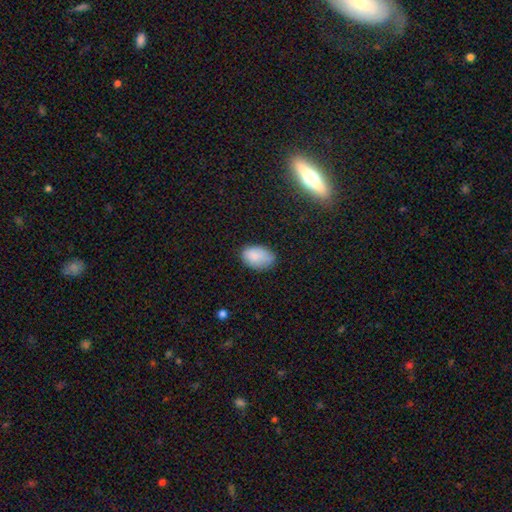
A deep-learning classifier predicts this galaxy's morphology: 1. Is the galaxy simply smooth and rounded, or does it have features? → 86% smooth, 8% star or artifact, 6% featured or disk.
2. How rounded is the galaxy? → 90% in between, 9% round, 1% cigar-shaped.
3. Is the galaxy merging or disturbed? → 68% none, 25% minor disturbance, 5% major disturbance, 2% merger.